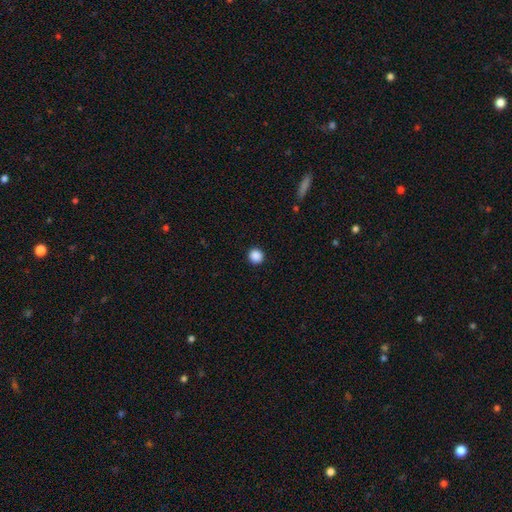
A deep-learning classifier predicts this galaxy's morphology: A smooth galaxy with no disk features (88%) that is round (93%). Merging: none (93%).